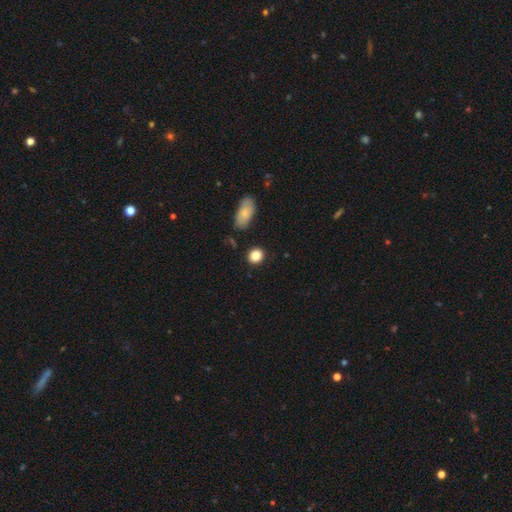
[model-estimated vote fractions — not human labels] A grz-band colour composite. It shows a smooth galaxy with no disk features (86%) that is round (74%). Merging: none (87%).